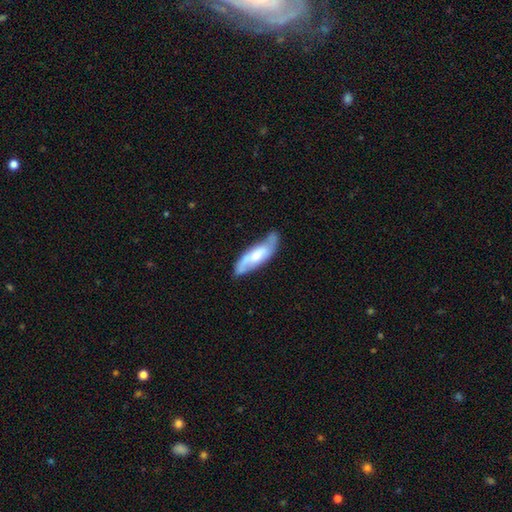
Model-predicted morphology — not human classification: Smooth or featured? Predicted: featured or disk (p=0.58). Edge-on disk? Predicted: no (p=0.78). Merging? Predicted: none (p=0.65).